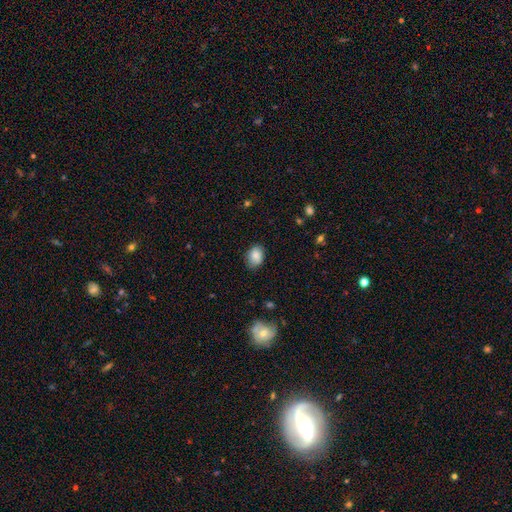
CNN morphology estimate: Smooth or featured?
  - smooth: 85% *
  - star or artifact: 8%
  - featured or disk: 7%
How rounded?
  - in between: 71% *
  - round: 28%
  - cigar-shaped: 1%
Merging?
  - none: 78% *
  - minor disturbance: 17%
  - major disturbance: 3%
  - merger: 1%